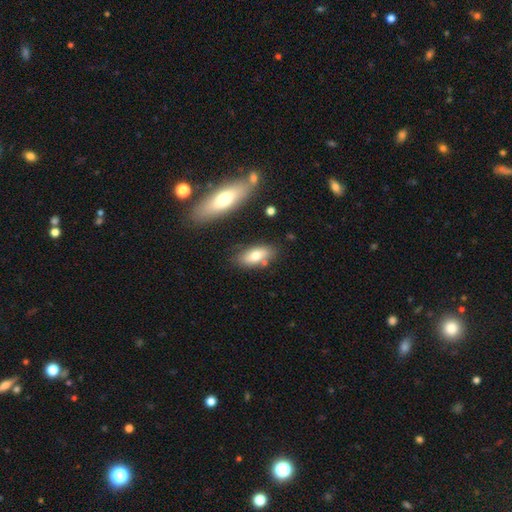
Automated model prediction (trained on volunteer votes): This is likely a smooth galaxy (74%). How rounded: clearly in between (85%). Merging: likely none (74%).